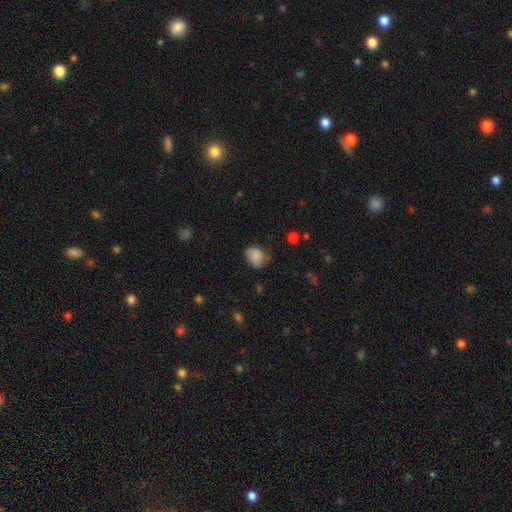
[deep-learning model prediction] A smooth galaxy with no disk features (78%) that is in between round and cigar-shaped (56%).

Vote fractions:
- Smooth or featured? smooth: 78% / featured or disk: 12% / star or artifact: 9%
- How rounded? in between: 56% / round: 43% / cigar-shaped: 1%
- Merging? none: 55% / minor disturbance: 32% / major disturbance: 10% / merger: 2%